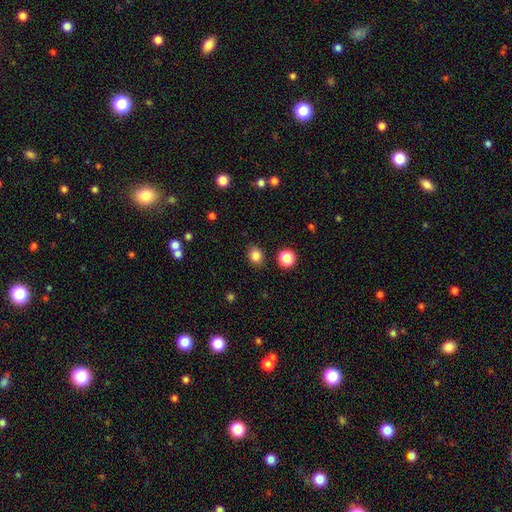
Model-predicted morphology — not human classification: smooth 84%, star or artifact 11%, featured or disk 5%. Down the decision tree: how rounded — round (60%); merging — none (87%).